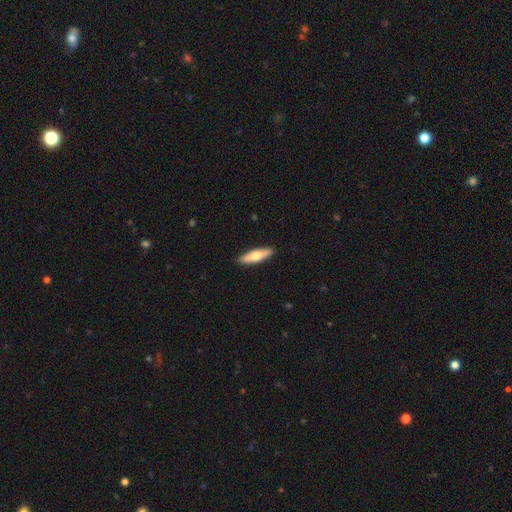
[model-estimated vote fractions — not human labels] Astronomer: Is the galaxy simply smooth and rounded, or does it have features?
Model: smooth — 62%.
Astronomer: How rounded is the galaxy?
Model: cigar-shaped — 64%.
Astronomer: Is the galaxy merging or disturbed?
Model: none — 90%.